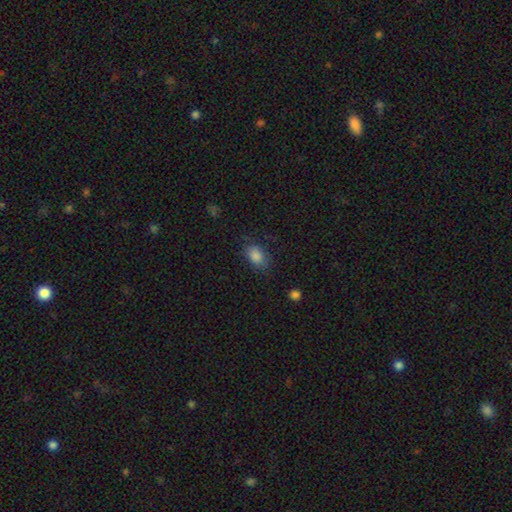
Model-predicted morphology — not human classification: A smooth galaxy with no disk features (85%) that is in between round and cigar-shaped (84%). Merging: none (73%).